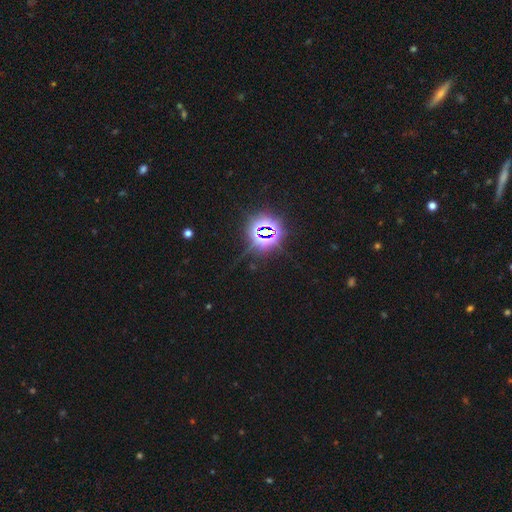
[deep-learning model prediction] This is likely a star or artifact rather than a galaxy (79%).